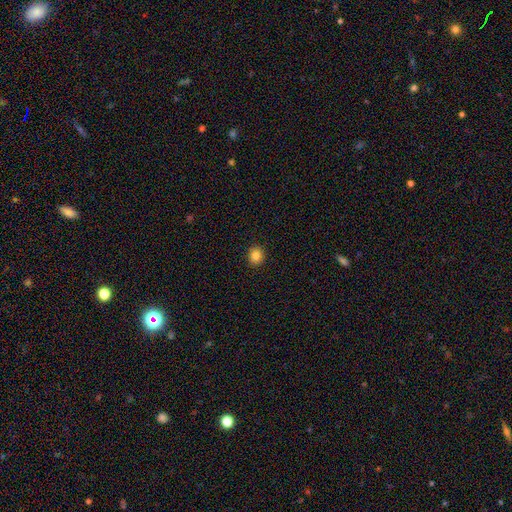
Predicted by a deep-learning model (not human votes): The model was most divided on "how rounded": round: 78%, in between: 21%, cigar-shaped: 1%. More confident: merging — none (92%); smooth or featured — smooth (84%).